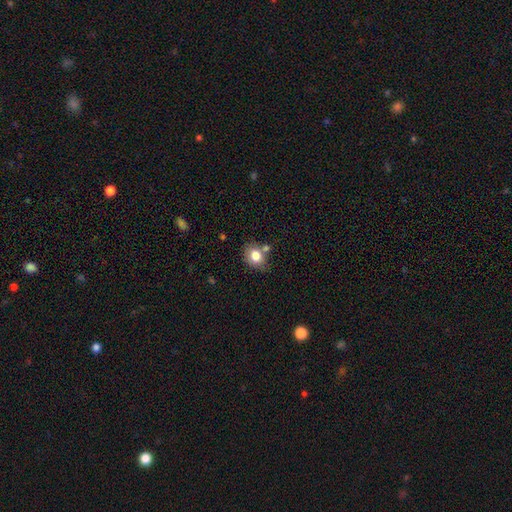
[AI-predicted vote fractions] This appears to be a smooth galaxy with no disk features (79%) that is round (50%). Merging: none (56%).